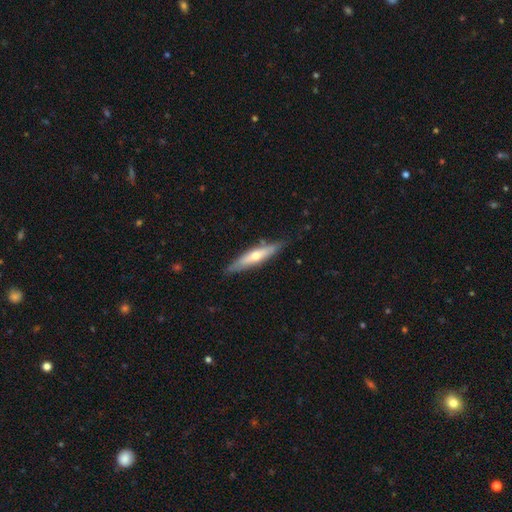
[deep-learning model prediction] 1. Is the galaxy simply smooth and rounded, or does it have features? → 53% featured or disk, 41% smooth, 6% star or artifact.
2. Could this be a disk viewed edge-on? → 85% yes, 15% no.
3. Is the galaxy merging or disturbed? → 83% none, 13% minor disturbance, 2% major disturbance, 2% merger.